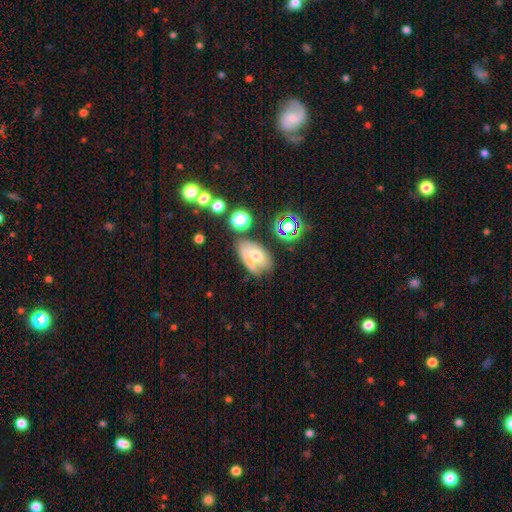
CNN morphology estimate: smooth-or-featured: smooth: 45% | featured or disk: 40% | star or artifact: 15%
  merging: none: 41% | minor disturbance: 28% | major disturbance: 18% | merger: 14%